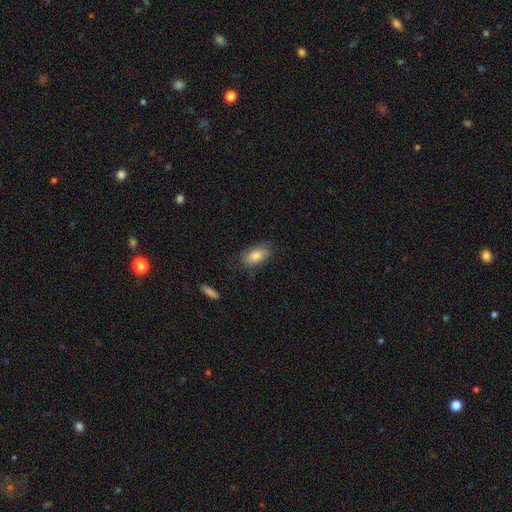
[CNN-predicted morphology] Overall: smooth (83%). How rounded: in between (91%). Merging: none (79%).